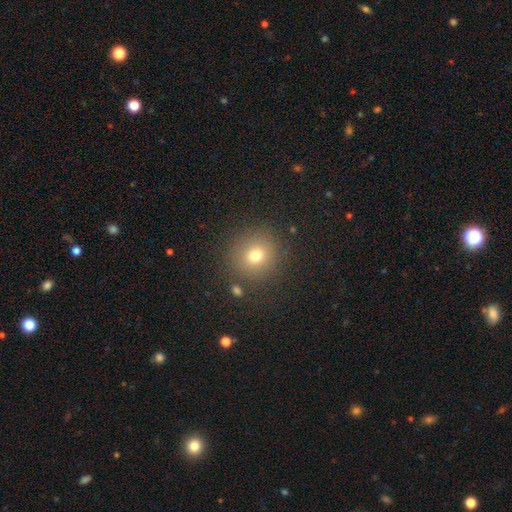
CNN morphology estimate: A smooth galaxy with no disk features (73%) that is round (90%). Merging: none (86%).